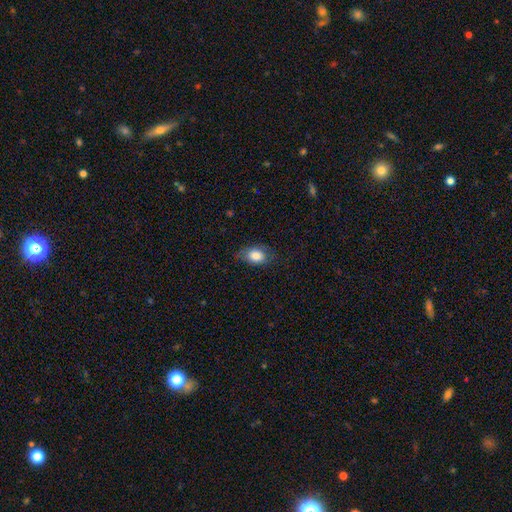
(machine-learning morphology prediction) type=smooth (82%); roundness=in between (83%); merging=none (69%).